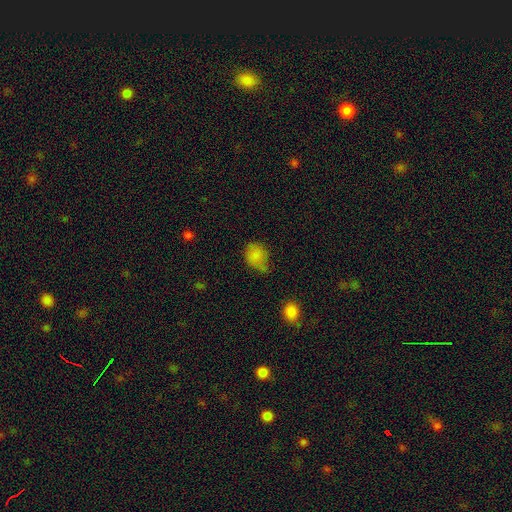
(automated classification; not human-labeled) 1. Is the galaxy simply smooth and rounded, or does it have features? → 80% smooth, 12% star or artifact, 9% featured or disk.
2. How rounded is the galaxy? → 55% round, 43% in between, 1% cigar-shaped.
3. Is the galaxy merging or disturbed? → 39% minor disturbance (tied), 39% none (tied), 16% major disturbance, 6% merger.